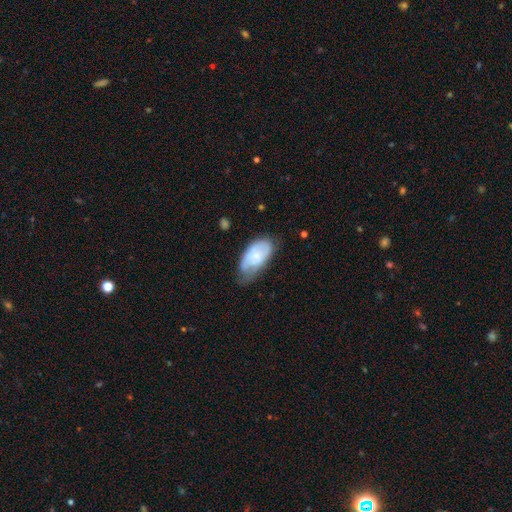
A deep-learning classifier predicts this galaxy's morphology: A smooth galaxy with no disk features (55%) that is in between round and cigar-shaped (94%).

Vote fractions:
- Smooth or featured? smooth: 55% / featured or disk: 39% / star or artifact: 7%
- How rounded? in between: 94% / round: 4% / cigar-shaped: 3%
- Merging? none: 42% / minor disturbance: 41% / major disturbance: 15% / merger: 2%